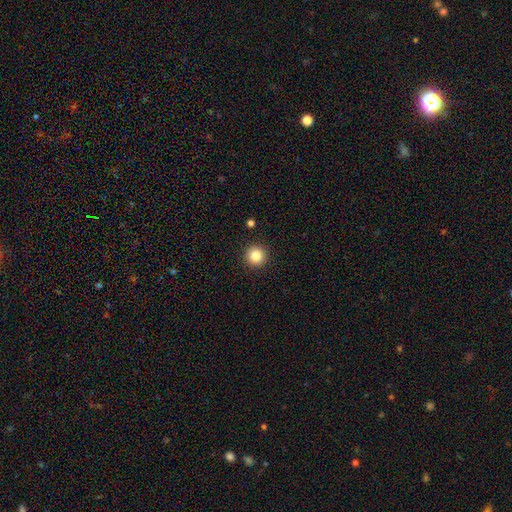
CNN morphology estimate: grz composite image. It shows a smooth galaxy with no disk features (85%) that is round (96%). Merging: none (92%).